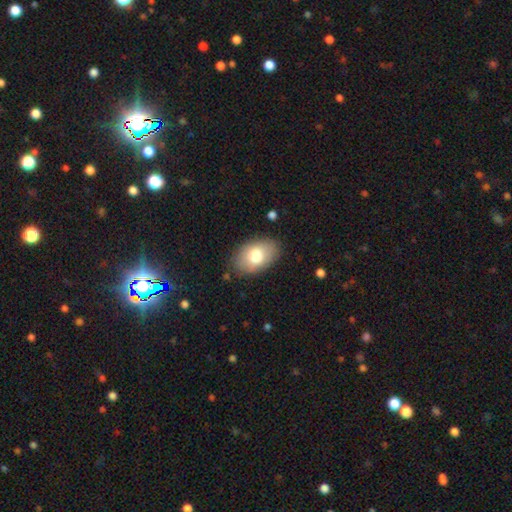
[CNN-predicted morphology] Smooth or featured? smooth (76%)
How rounded? in between (90%)
Merging? none (85%)